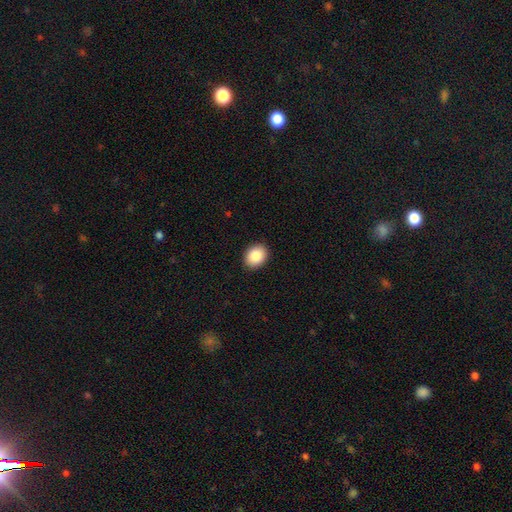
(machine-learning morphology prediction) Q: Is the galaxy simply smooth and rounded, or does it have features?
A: smooth — 87%.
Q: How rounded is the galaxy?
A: in between — 54%.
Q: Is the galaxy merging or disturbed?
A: none — 91%.